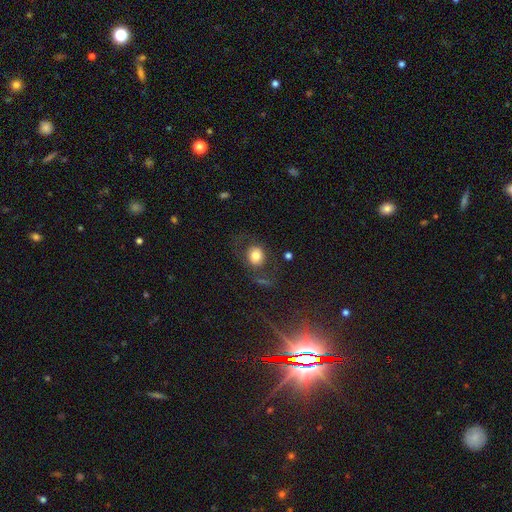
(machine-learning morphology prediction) The model was most divided on "how rounded": round: 64%, in between: 35%, cigar-shaped: 1%. More confident: smooth or featured — smooth (72%); merging — none (63%).